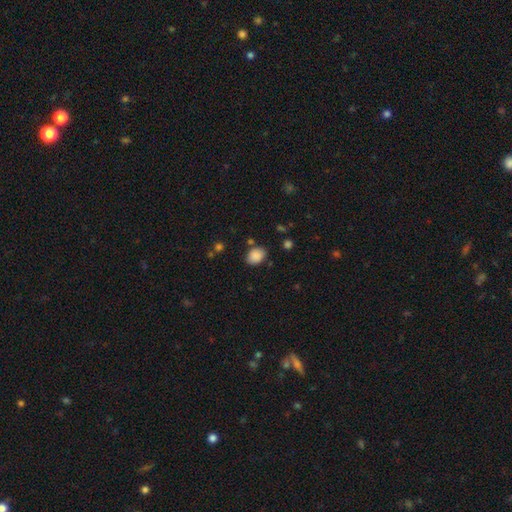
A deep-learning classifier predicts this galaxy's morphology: type=smooth (88%); roundness=in between (68%); merging=none (77%).